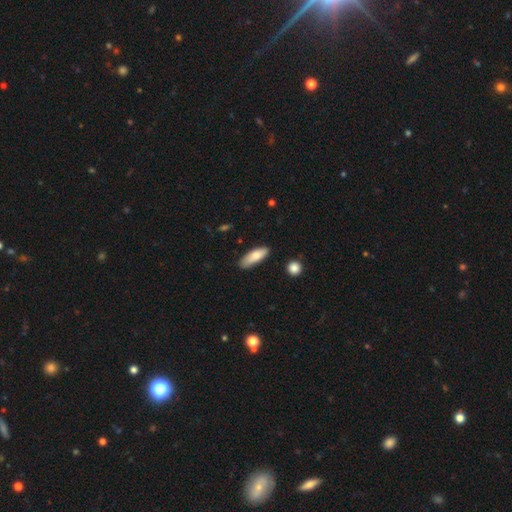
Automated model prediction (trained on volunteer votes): This appears to be a smooth galaxy with no disk features (79%) that is in between round and cigar-shaped (60%). Merging: none (80%).